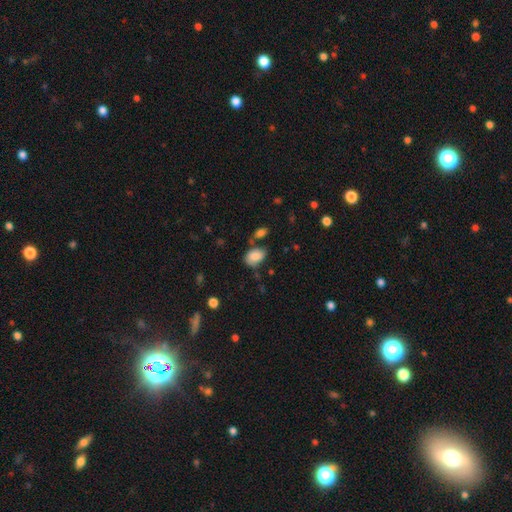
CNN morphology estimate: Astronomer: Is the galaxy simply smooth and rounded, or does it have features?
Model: smooth — 81%.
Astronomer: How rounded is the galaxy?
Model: in between — 79%.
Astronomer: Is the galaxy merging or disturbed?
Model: none — 55%.